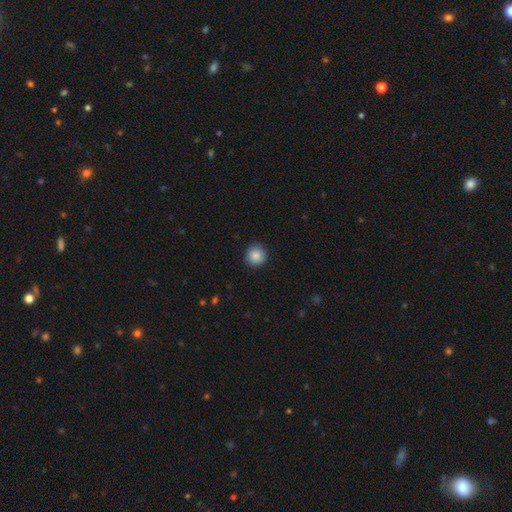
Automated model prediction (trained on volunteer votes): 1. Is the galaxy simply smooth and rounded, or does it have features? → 88% smooth, 8% star or artifact, 4% featured or disk.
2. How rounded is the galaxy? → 93% round, 6% in between, 1% cigar-shaped.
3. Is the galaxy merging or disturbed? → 90% none, 7% minor disturbance, 2% major disturbance, 1% merger.